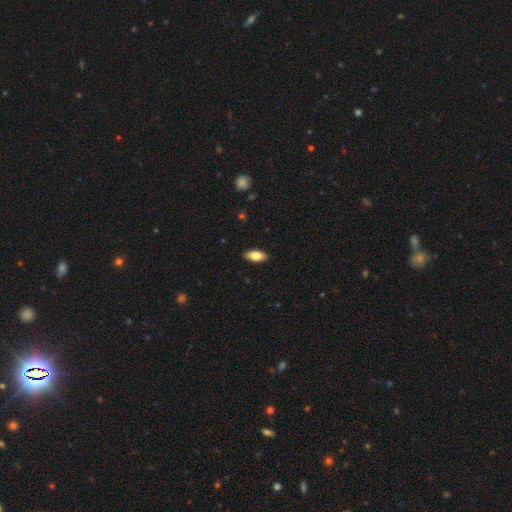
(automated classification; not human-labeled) Smooth or featured? smooth (78%)
How rounded? in between (88%)
Merging? none (90%)